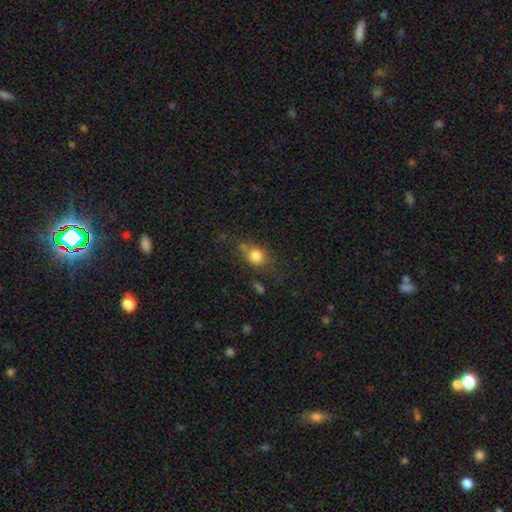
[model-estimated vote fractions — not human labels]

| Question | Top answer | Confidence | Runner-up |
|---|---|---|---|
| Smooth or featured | smooth | 79% | star or artifact (11%) |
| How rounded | round | 59% | in between (39%) |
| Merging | none | 54% | minor disturbance (22%) |